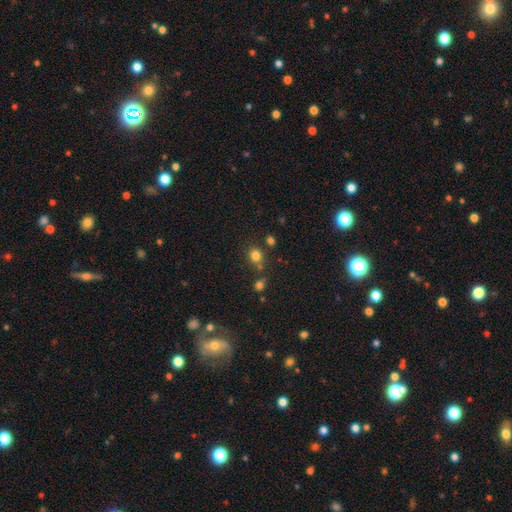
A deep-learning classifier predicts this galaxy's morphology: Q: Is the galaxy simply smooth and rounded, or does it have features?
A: smooth — 79%.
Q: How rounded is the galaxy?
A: round — 75%.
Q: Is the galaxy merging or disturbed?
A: none — 72%.